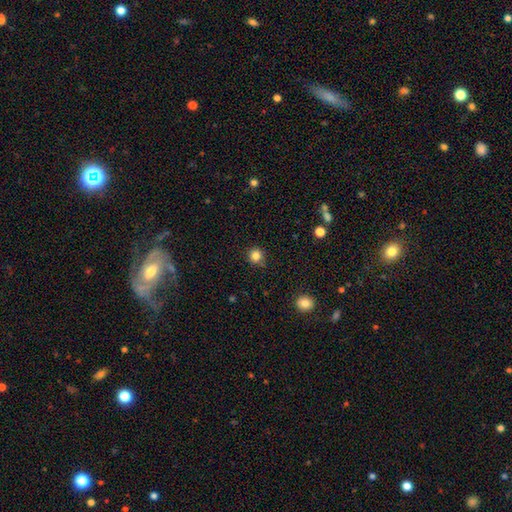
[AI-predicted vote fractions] smooth 83%, star or artifact 13%, featured or disk 4%. Down the decision tree: how rounded — round (93%); merging — none (87%).